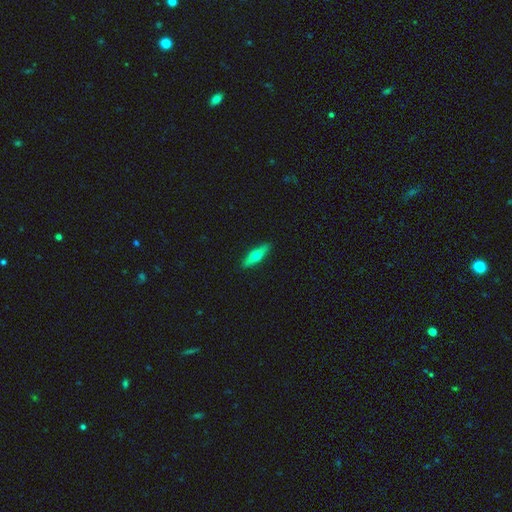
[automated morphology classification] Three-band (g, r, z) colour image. It shows a smooth galaxy with no disk features (54%) that is cigar-shaped (66%). Merging: none (91%).